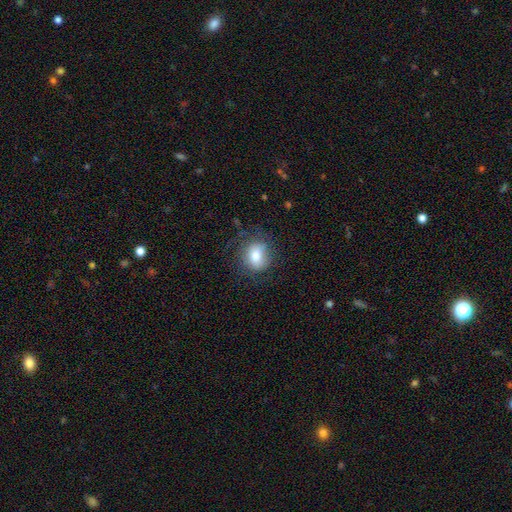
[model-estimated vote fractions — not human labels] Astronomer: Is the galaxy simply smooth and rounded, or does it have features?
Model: smooth — 75%.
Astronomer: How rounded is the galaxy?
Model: round — 57% (runner-up: in between, 42%).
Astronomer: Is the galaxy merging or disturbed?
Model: none — 70%.